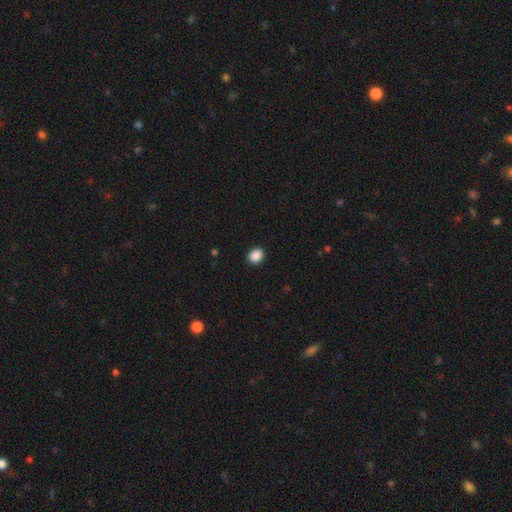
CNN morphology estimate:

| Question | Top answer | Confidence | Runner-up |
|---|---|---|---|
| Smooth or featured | smooth | 89% | star or artifact (9%) |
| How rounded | round | 55% | in between (44%) |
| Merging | none | 91% | minor disturbance (6%) |